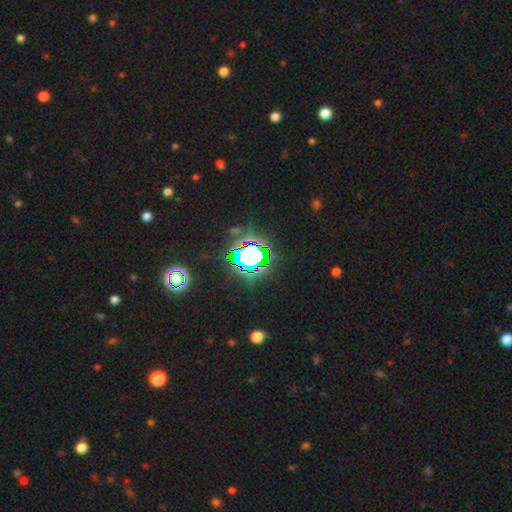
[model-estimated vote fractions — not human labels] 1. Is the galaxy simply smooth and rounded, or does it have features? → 70% star or artifact, 17% smooth, 12% featured or disk.